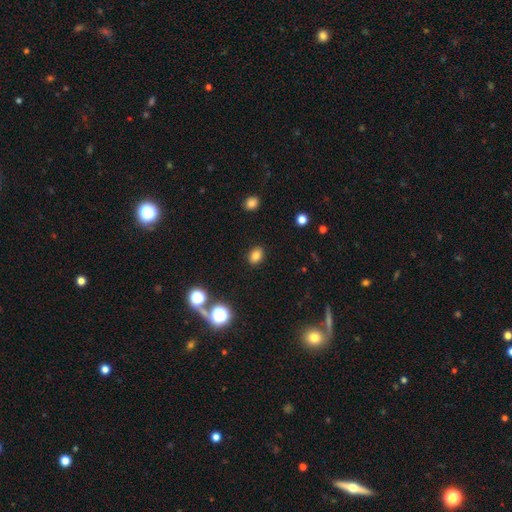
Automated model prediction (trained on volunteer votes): smooth_or_featured: smooth (p=0.81) [alt: star or artifact p=0.13]
how_rounded: in between (p=0.70) [alt: round p=0.28]
merging: none (p=0.88) [alt: minor disturbance p=0.08]